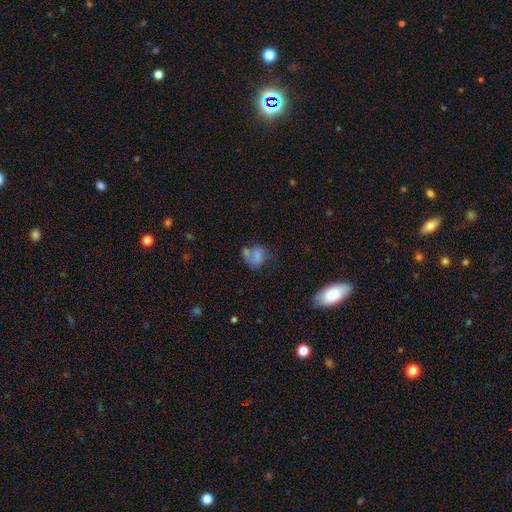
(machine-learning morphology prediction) This appears to be a smooth galaxy with no disk features (62%) that is round (50%). Merging: none (32%).